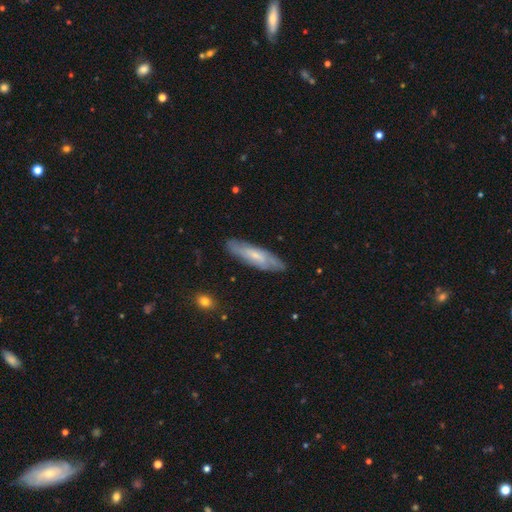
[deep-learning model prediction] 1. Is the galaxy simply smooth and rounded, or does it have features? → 49% featured or disk, 44% smooth, 7% star or artifact.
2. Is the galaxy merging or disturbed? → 81% none, 14% minor disturbance, 3% major disturbance, 1% merger.